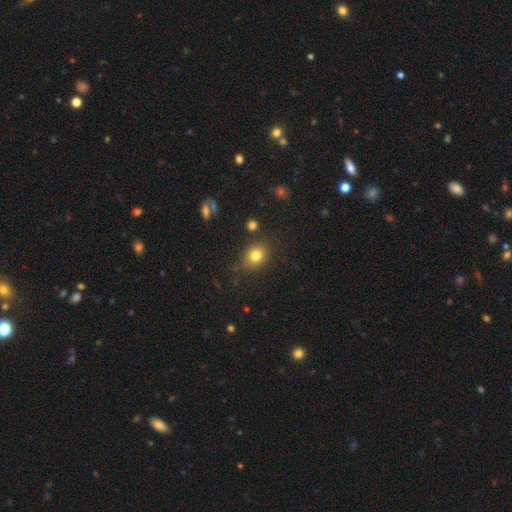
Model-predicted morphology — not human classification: Smooth or featured? smooth (79%)
How rounded? round (57%)
Merging? none (78%)